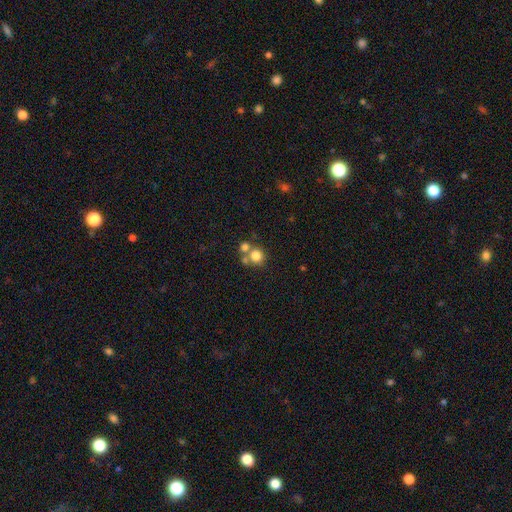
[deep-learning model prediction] Overall: smooth (77%). How rounded: round (89%). Merging: none (50%; merger 40%).